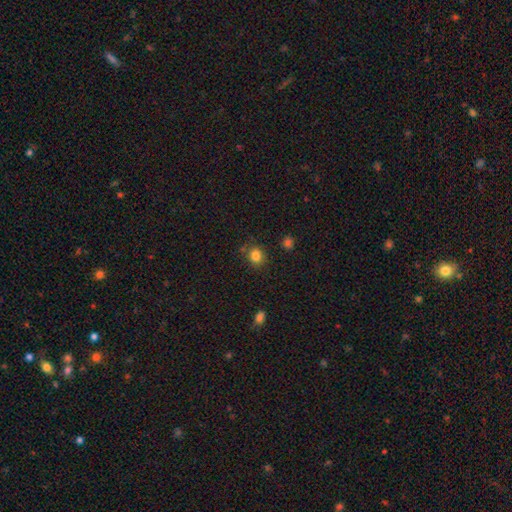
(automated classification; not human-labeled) smooth_or_featured: smooth (p=0.83) [alt: star or artifact p=0.12]
how_rounded: round (p=0.71) [alt: in between p=0.28]
merging: none (p=0.80) [alt: minor disturbance p=0.12]